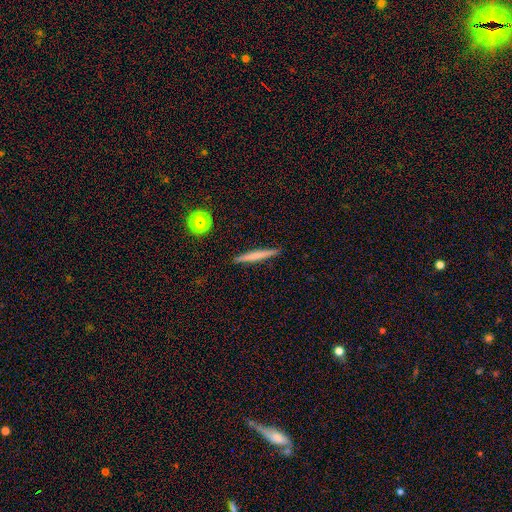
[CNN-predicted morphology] smooth 59%, featured or disk 34%, star or artifact 8%. Down the decision tree: how rounded — cigar-shaped (95%); merging — none (91%).